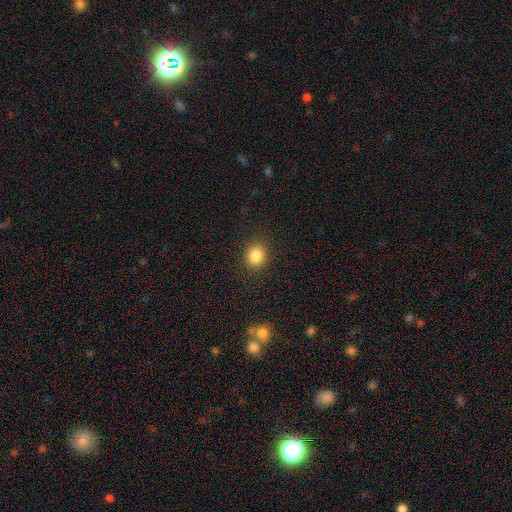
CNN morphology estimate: smooth-or-featured: smooth: 85% | star or artifact: 10% | featured or disk: 5%
  how-rounded: round: 70% | in between: 29% | cigar-shaped: 1%
  merging: none: 89% | minor disturbance: 7% | major disturbance: 3% | merger: 1%